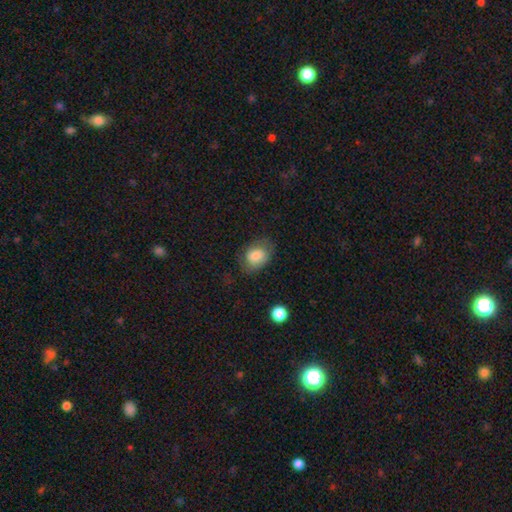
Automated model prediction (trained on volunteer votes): A smooth galaxy with no disk features (75%) that is in between round and cigar-shaped (73%).

Vote fractions:
- Smooth or featured? smooth: 75% / featured or disk: 17% / star or artifact: 8%
- How rounded? in between: 73% / round: 26% / cigar-shaped: 1%
- Merging? none: 61% / minor disturbance: 24% / major disturbance: 14% / merger: 1%